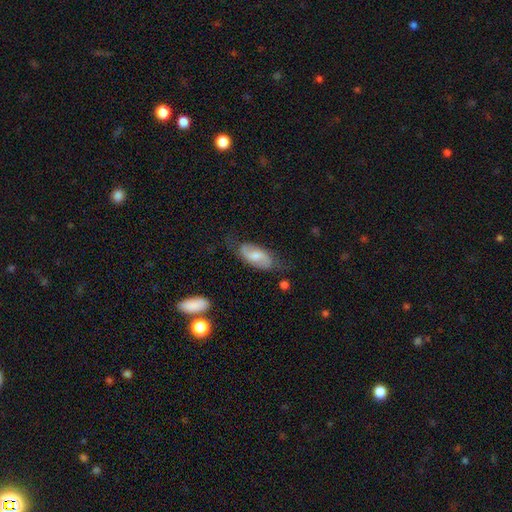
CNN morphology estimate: The model was most divided on "smooth or featured": featured or disk: 53%, smooth: 41%, star or artifact: 6%. More confident: edge-on disk — no (92%); merging — none (61%).